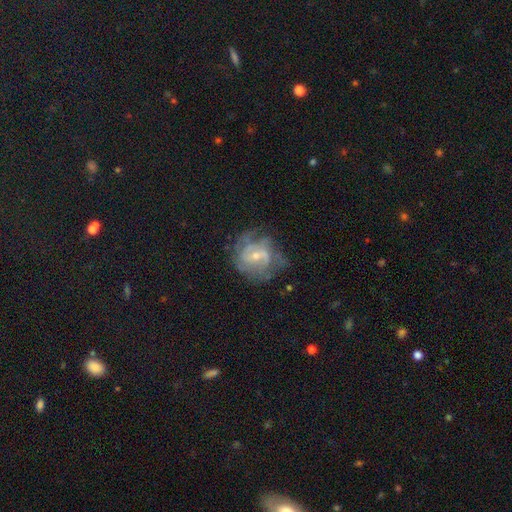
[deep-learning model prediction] smooth-or-featured: featured or disk: 72% | smooth: 16% | star or artifact: 11%
  disk-edge-on: no: 97% | yes: 3%
    bar: weak: 46% | no: 42% | strong: 13%
    has-spiral-arms: yes: 82% | no: 18%
      spiral-winding: tight: 47% | medium: 39% | loose: 14%
      spiral-arm-count: can't tell: 44% | 2: 24% | 3: 16% | 4: 8% | 1: 5% | more than 4: 4%
    bulge-size: small: 61% | moderate: 33% | none: 3% | large: 2% | dominant: 1%
  merging: none: 62% | minor disturbance: 21% | major disturbance: 15% | merger: 2%